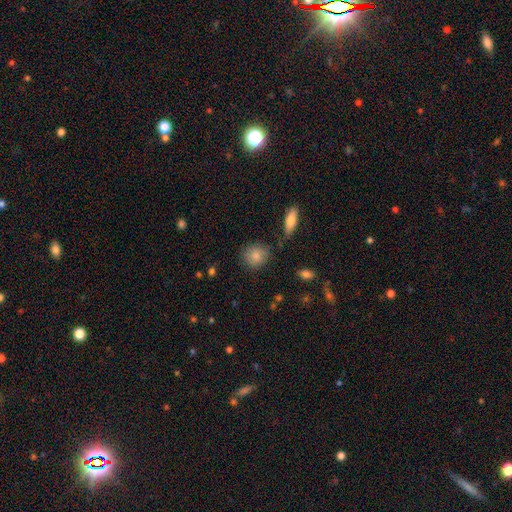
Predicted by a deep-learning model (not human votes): This appears to be a smooth galaxy with no disk features (84%) that is round (76%). Merging: none (80%).